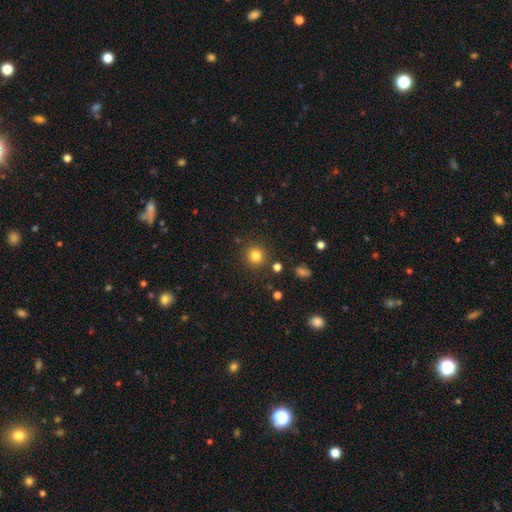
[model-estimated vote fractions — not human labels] Smooth or featured?
  - smooth: 81% *
  - star or artifact: 13%
  - featured or disk: 6%
How rounded?
  - round: 93% *
  - in between: 6%
  - cigar-shaped: 1%
Merging?
  - none: 88% *
  - minor disturbance: 7%
  - merger: 3%
  - major disturbance: 3%